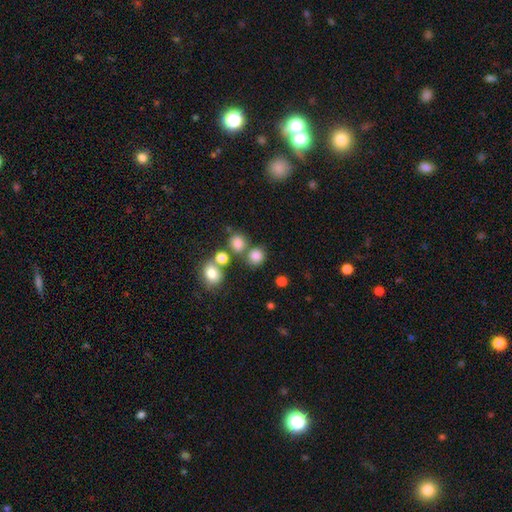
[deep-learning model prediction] Morphology: type=smooth (80%); roundness=round (84%); merging=none (67%).